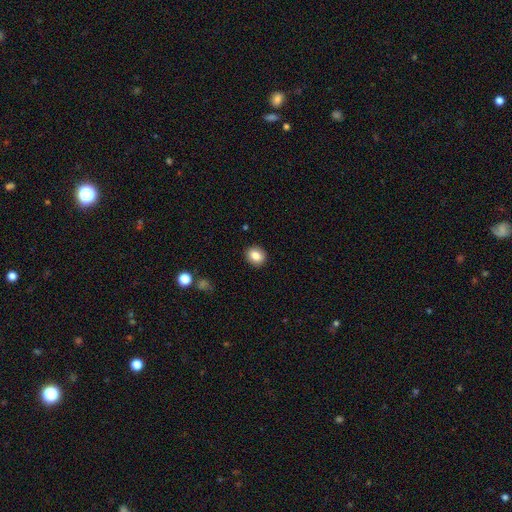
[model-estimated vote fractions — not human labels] Q: Smooth or featured?
A: smooth (84%); runner-up: star or artifact (9%)
Q: How rounded?
A: round (69%); runner-up: in between (30%)
Q: Merging?
A: none (90%); runner-up: minor disturbance (7%)